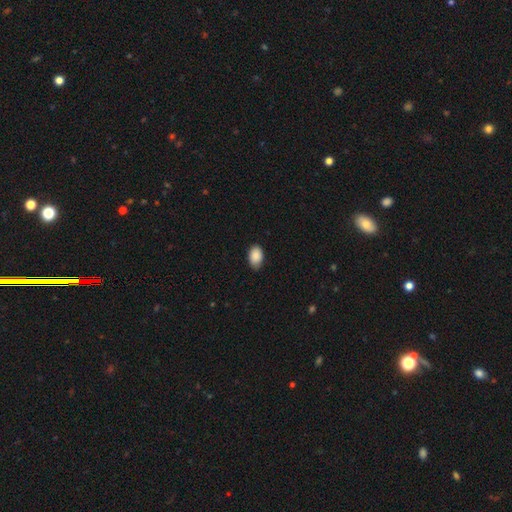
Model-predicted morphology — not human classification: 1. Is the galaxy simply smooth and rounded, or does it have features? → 89% smooth, 7% star or artifact, 4% featured or disk.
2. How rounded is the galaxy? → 90% in between, 9% round, 1% cigar-shaped.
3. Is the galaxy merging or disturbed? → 79% none, 17% minor disturbance, 2% major disturbance, 1% merger.